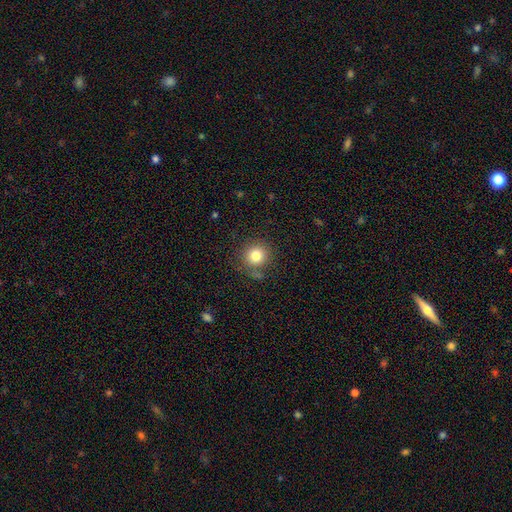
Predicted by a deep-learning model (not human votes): Q: Smooth or featured?
A: smooth (80%); runner-up: star or artifact (12%)
Q: How rounded?
A: round (93%); runner-up: in between (6%)
Q: Merging?
A: none (81%); runner-up: minor disturbance (11%)